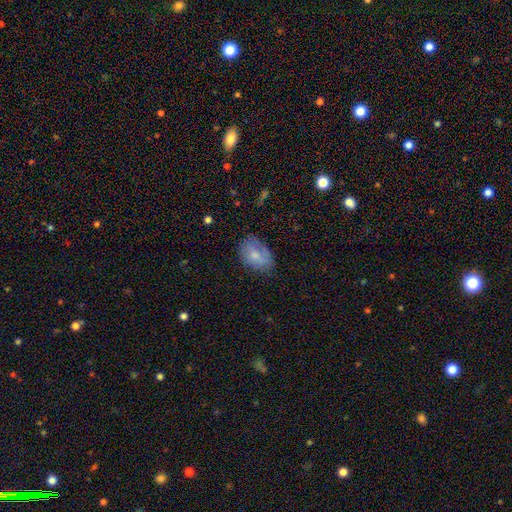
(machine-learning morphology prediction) This is likely a smooth galaxy (68%). How rounded: clearly in between (83%). Merging: likely none (60%).